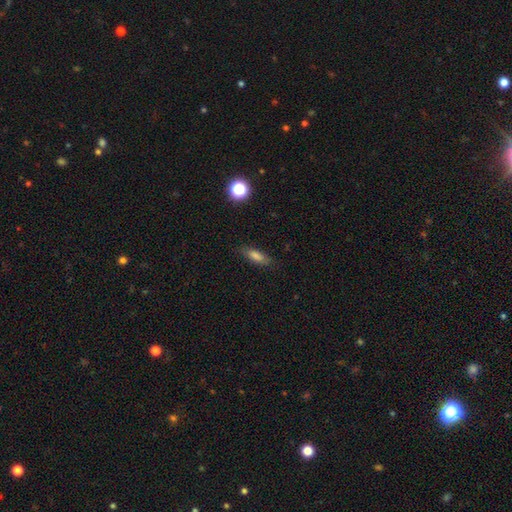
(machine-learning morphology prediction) A smooth galaxy with no disk features (77%) that is in between round and cigar-shaped (54%). Merging: none (82%).